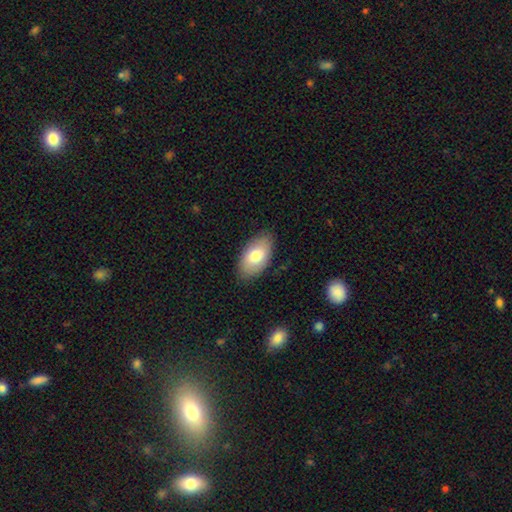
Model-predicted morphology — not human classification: Smooth or featured? Predicted: smooth (p=0.75). How rounded? Predicted: in between (p=0.94). Merging? Predicted: none (p=0.85).